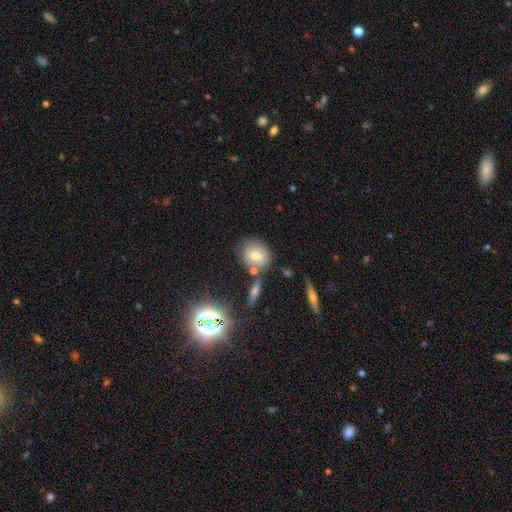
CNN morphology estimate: Q: Smooth or featured?
A: smooth (63%); runner-up: star or artifact (21%)
Q: How rounded?
A: round (66%); runner-up: in between (32%)
Q: Merging?
A: none (72%); runner-up: merger (13%)